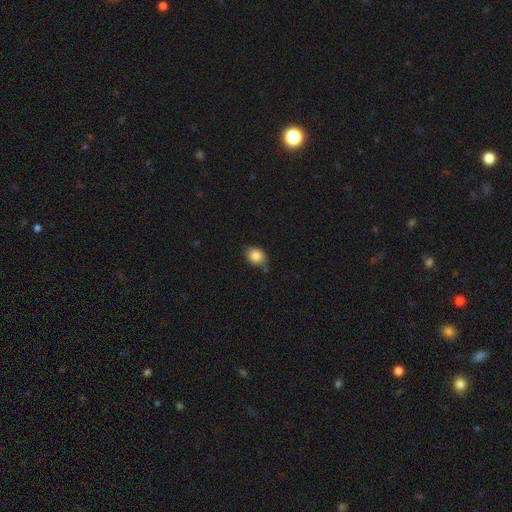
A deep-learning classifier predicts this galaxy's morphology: The model was most divided on "how rounded": in between: 52%, round: 47%, cigar-shaped: 1%. More confident: smooth or featured — smooth (85%); merging — none (72%).